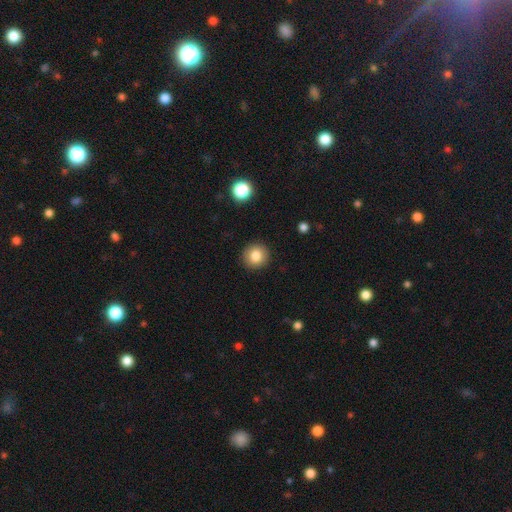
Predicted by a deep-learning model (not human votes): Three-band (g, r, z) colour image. It shows a smooth galaxy with no disk features (82%) that is round (93%). Merging: none (91%).